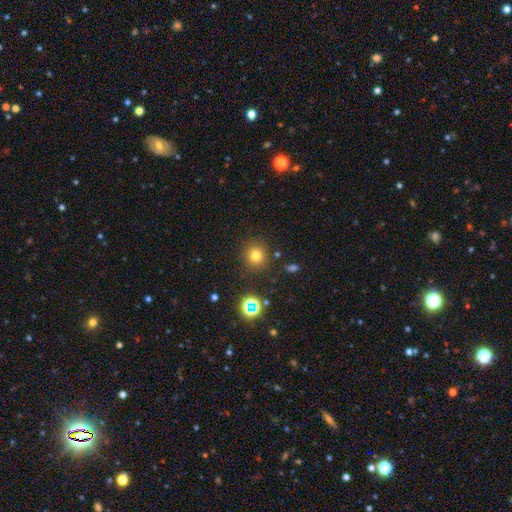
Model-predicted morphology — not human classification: This appears to be a smooth galaxy with no disk features (75%) that is round (92%). Merging: none (87%).